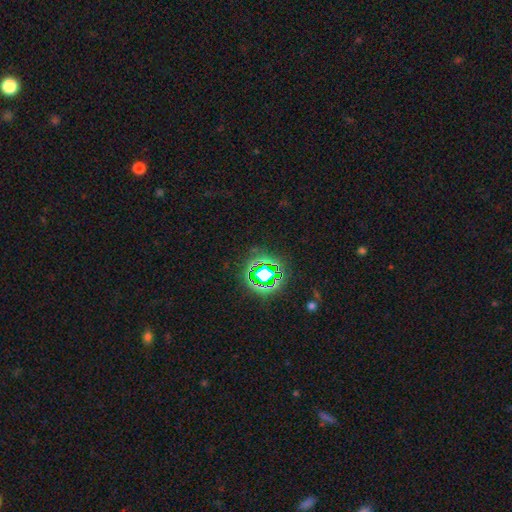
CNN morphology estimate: A star or artifact, not a galaxy (78%).

Vote fractions:
- Smooth or featured? star or artifact: 78% / smooth: 15% / featured or disk: 7%